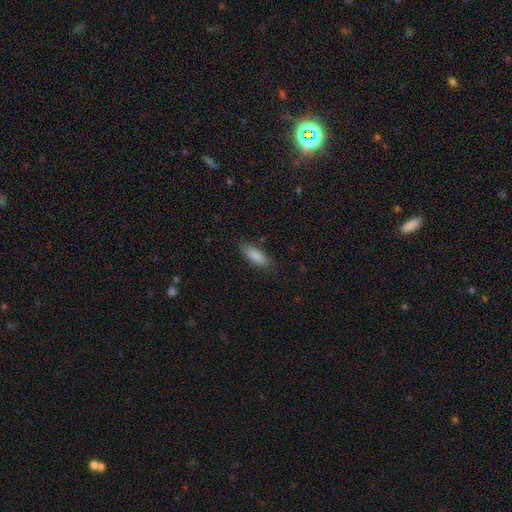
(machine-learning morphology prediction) This is clearly a smooth galaxy (87%). How rounded: likely in between (70%). Merging: clearly none (82%).